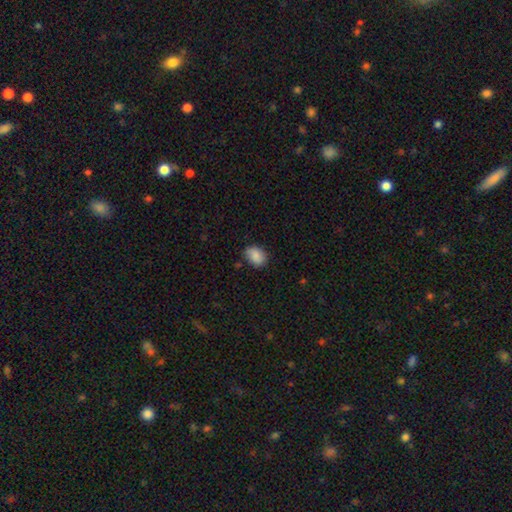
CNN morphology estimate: A smooth galaxy with no disk features (88%) that is in between round and cigar-shaped (69%). Merging: none (77%).